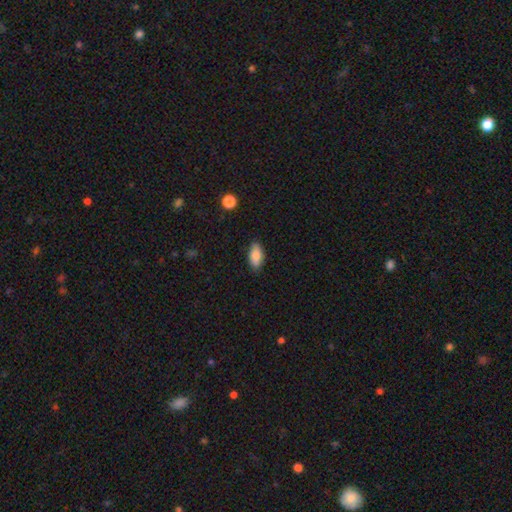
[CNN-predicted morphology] A smooth galaxy with no disk features (84%) that is in between round and cigar-shaped (91%). Merging: none (83%).